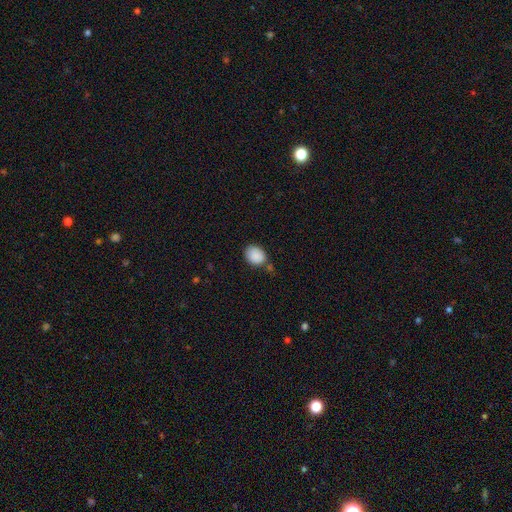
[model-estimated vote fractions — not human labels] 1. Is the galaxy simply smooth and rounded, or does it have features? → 89% smooth, 8% star or artifact, 3% featured or disk.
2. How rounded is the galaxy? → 58% in between, 41% round, 1% cigar-shaped.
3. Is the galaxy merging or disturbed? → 71% none, 18% minor disturbance, 7% merger, 4% major disturbance.